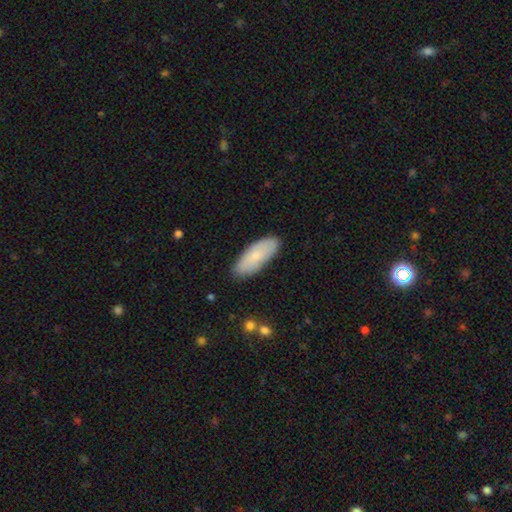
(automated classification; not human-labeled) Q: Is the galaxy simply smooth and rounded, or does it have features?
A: smooth — 76%.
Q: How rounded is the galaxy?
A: in between — 77%.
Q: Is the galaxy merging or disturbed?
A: none — 85%.